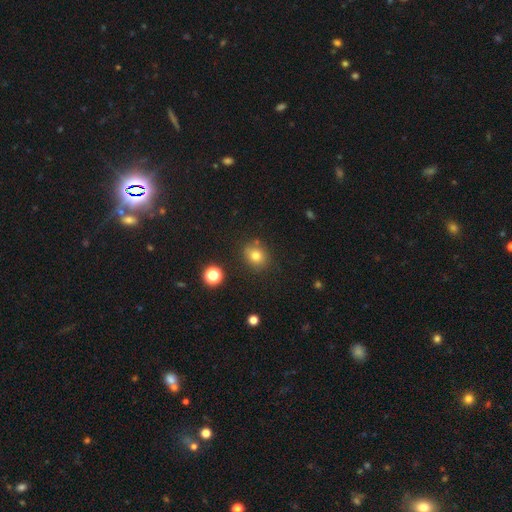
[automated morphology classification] Overall: smooth (76%). How rounded: round (74%). Merging: none (80%).